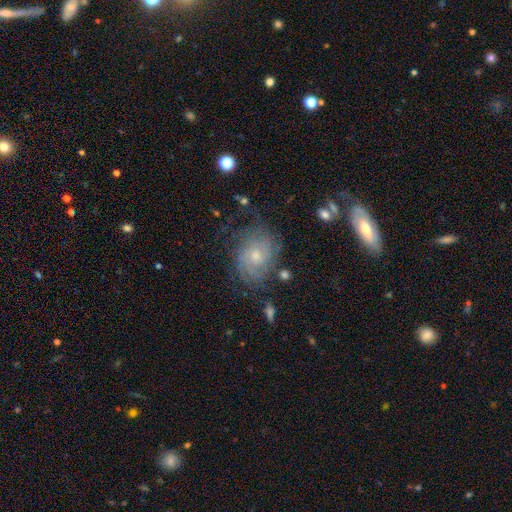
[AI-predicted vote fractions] This appears to be a featured or disk galaxy (71%) with no bar (77%), tight (62%) spiral arms (90%) and a small central bulge (53%). Merging: none (67%).